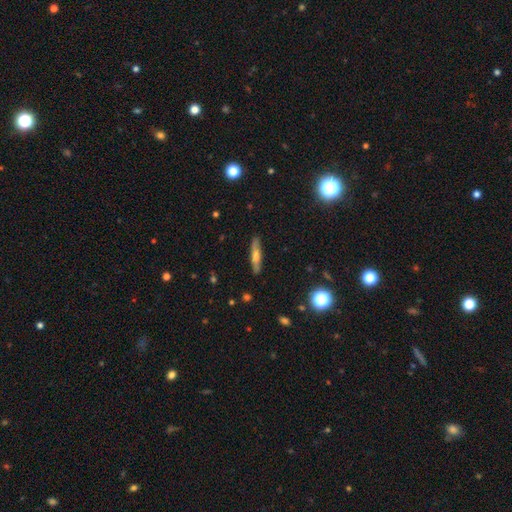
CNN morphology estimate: This is possibly a smooth galaxy (51%). How rounded: clearly cigar-shaped (85%). Merging: clearly none (87%).